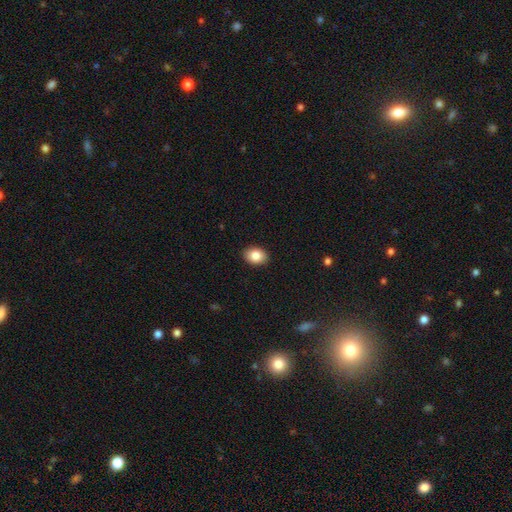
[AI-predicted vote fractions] Smooth or featured? Predicted: smooth (p=0.86). How rounded? Predicted: in between (p=0.72). Merging? Predicted: none (p=0.91).